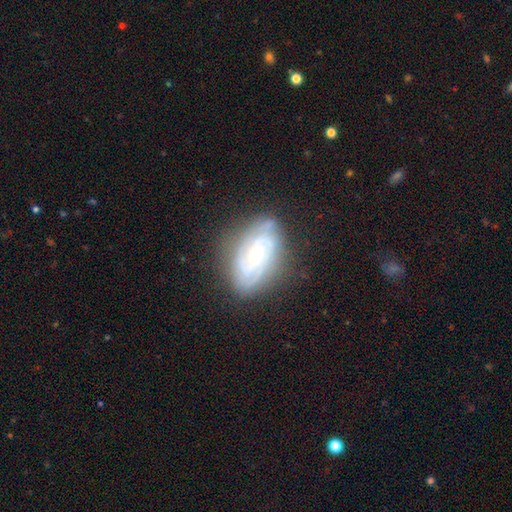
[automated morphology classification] A featured or disk galaxy (82%) with no bar (60%), 2 (33%) tight (66%) spiral arms (94%) and a small central bulge (51%). Merging: none (76%).